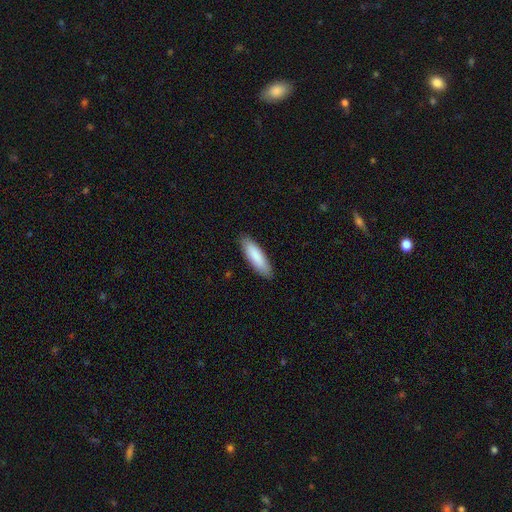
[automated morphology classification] smooth_or_featured: smooth (p=0.87) [alt: featured or disk p=0.08]
how_rounded: cigar-shaped (p=0.53) [alt: in between p=0.46]
merging: none (p=0.89) [alt: minor disturbance p=0.09]